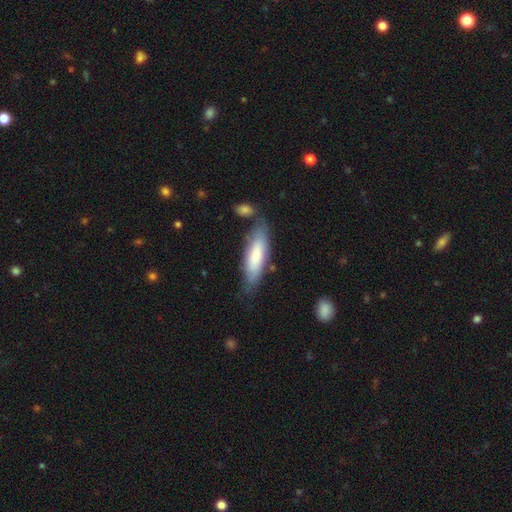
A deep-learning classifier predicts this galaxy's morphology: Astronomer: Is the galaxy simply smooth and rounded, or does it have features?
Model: smooth — 73%.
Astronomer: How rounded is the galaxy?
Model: cigar-shaped — 52% (runner-up: in between, 46%).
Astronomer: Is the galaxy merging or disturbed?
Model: none — 69%.